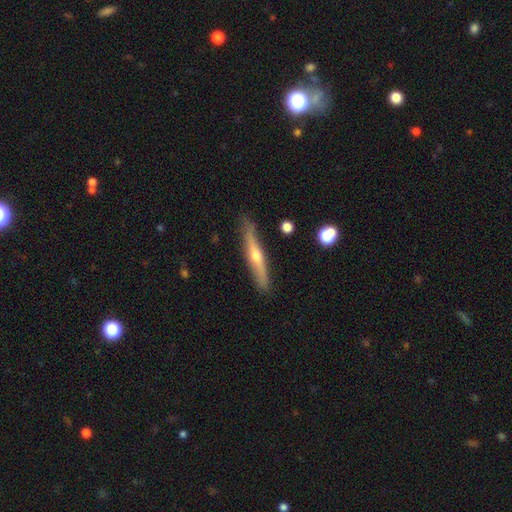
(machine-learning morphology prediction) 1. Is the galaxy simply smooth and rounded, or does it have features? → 65% featured or disk, 29% smooth, 6% star or artifact.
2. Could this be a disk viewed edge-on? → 94% yes, 6% no.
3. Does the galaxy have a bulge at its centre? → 86% rounded, 11% none, 3% boxy.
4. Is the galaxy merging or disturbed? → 87% none, 10% minor disturbance, 2% major disturbance, 2% merger.